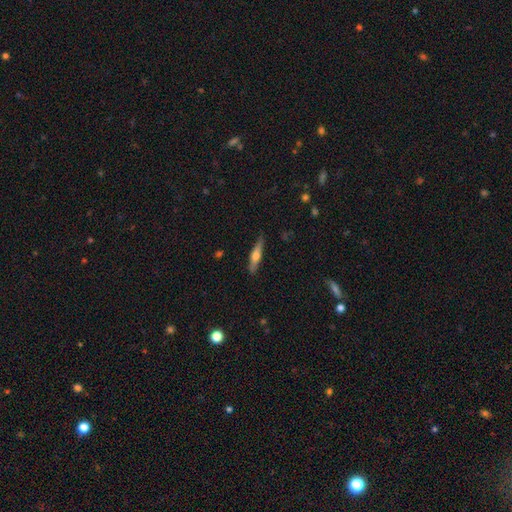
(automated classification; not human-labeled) smooth_or_featured: featured or disk (p=0.54) [alt: smooth p=0.40]
disk_edge_on: yes (p=0.96) [alt: no p=0.04]
edge_on_bulge: rounded (p=0.90) [alt: boxy p=0.05]
merging: none (p=0.86) [alt: minor disturbance p=0.10]